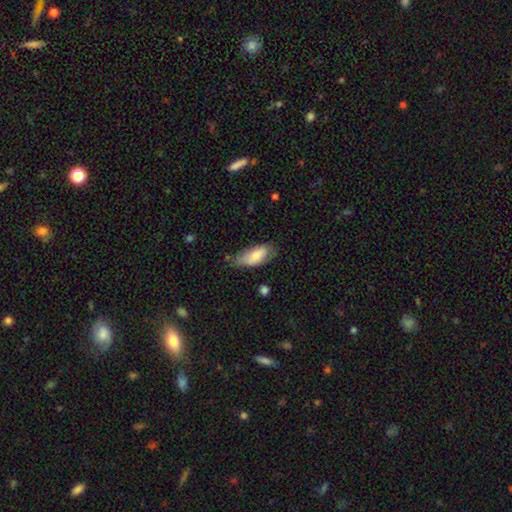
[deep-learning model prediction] Smooth or featured: smooth — 76% (featured or disk — 18%)
How rounded: in between — 86% (cigar-shaped — 12%)
Merging: none — 52% (minor disturbance — 37%)